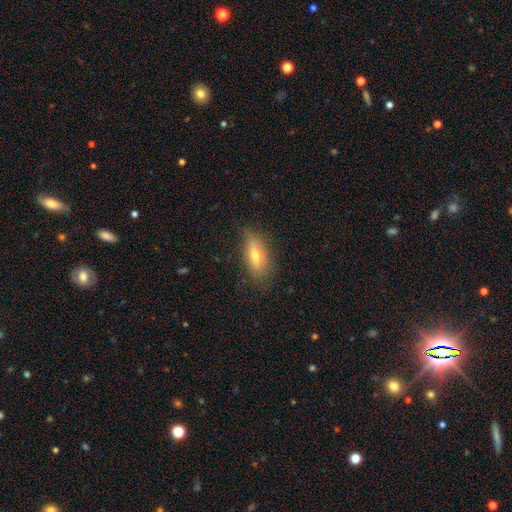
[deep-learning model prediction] A smooth galaxy with no disk features (62%) that is in between round and cigar-shaped (66%). Merging: none (80%).